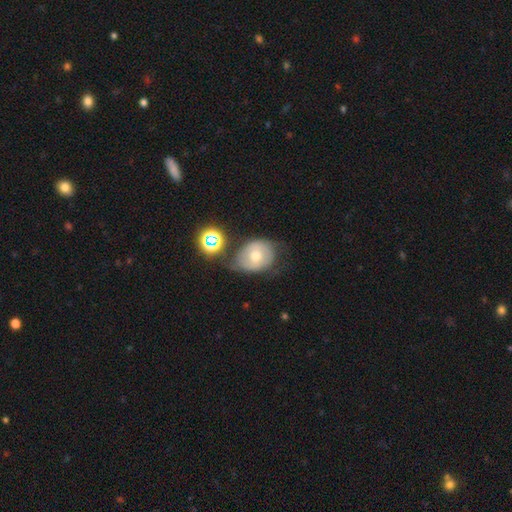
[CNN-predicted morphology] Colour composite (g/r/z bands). It shows a smooth galaxy with no disk features (54%) that is round (53%). Merging: none (44%).